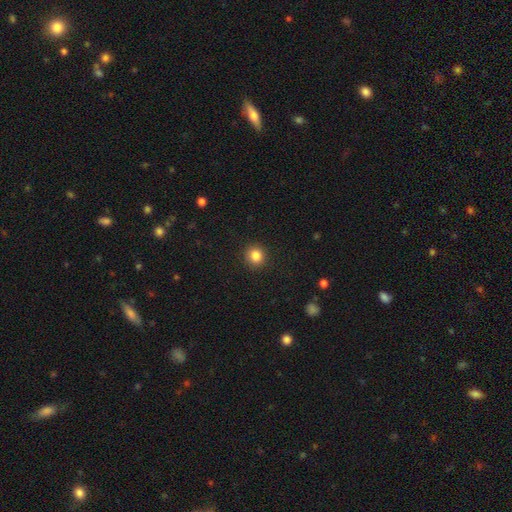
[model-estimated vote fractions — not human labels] A smooth galaxy with no disk features (85%) that is round (89%).

Vote fractions:
- Smooth or featured? smooth: 85% / star or artifact: 11% / featured or disk: 5%
- How rounded? round: 89% / in between: 10% / cigar-shaped: 1%
- Merging? none: 91% / minor disturbance: 6% / major disturbance: 2% / merger: 1%